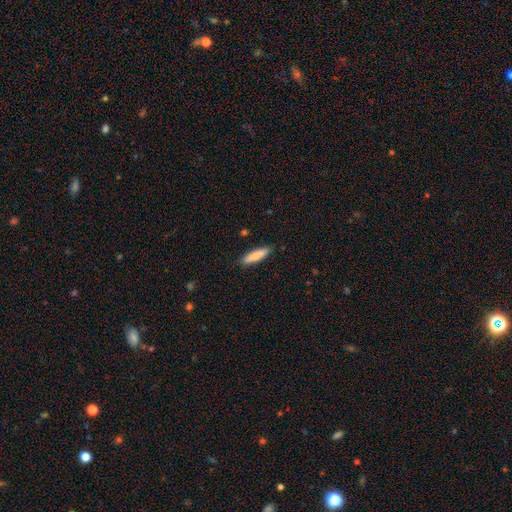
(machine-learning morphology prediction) Overall: smooth (81%). How rounded: cigar-shaped (76%). Merging: none (87%).